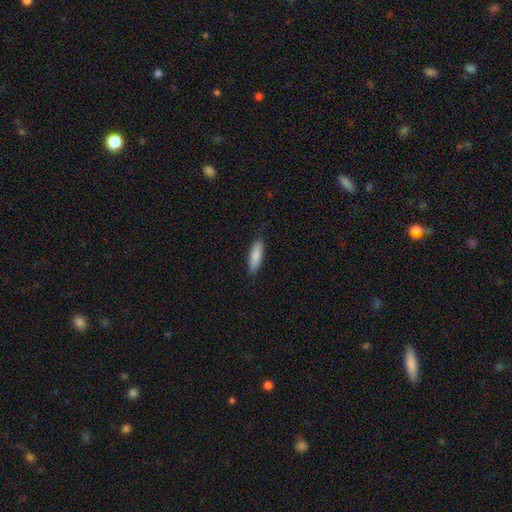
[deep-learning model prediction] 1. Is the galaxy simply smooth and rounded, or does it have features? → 85% smooth, 10% featured or disk, 6% star or artifact.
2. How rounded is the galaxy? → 55% cigar-shaped, 43% in between, 2% round.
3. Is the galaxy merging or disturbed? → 85% none, 11% minor disturbance, 2% major disturbance, 1% merger.